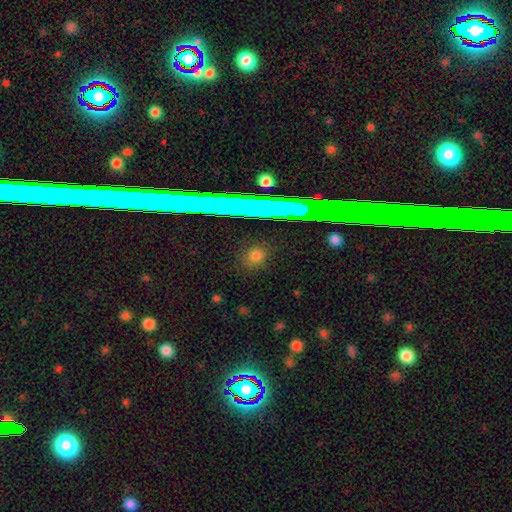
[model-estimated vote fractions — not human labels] smooth-or-featured: smooth: 74% | star or artifact: 20% | featured or disk: 6%
  how-rounded: round: 83% | in between: 14% | cigar-shaped: 3%
  merging: none: 88% | minor disturbance: 8% | major disturbance: 2% | merger: 2%